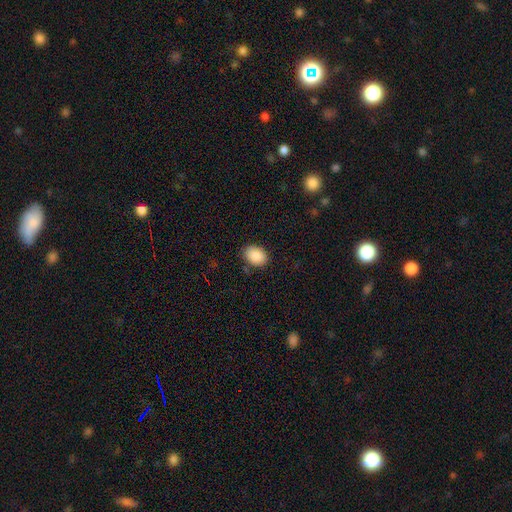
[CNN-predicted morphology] type=smooth (90%); roundness=in between (74%); merging=none (83%).